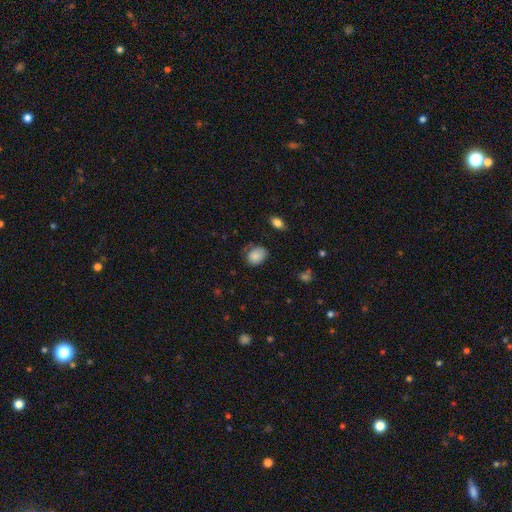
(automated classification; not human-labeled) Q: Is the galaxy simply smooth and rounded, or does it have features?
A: smooth — 84%.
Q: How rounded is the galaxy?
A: in between — 55%.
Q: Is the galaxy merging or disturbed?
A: none — 60%.